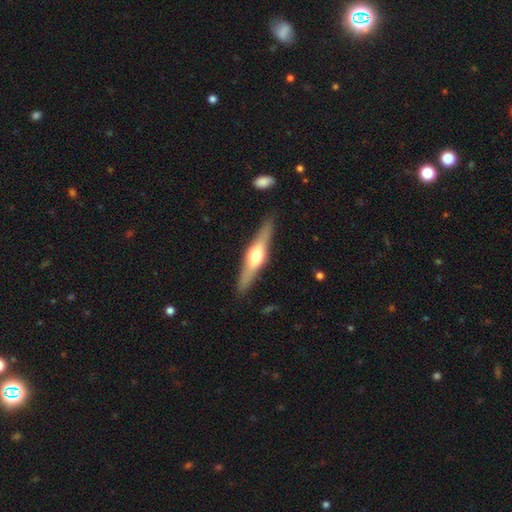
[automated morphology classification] Smooth or featured: featured or disk — 66% (smooth — 29%)
Edge-on disk: yes — 95% (no — 5%)
Edge-on bulge: rounded — 93% (boxy — 5%)
Merging: none — 89% (minor disturbance — 8%)